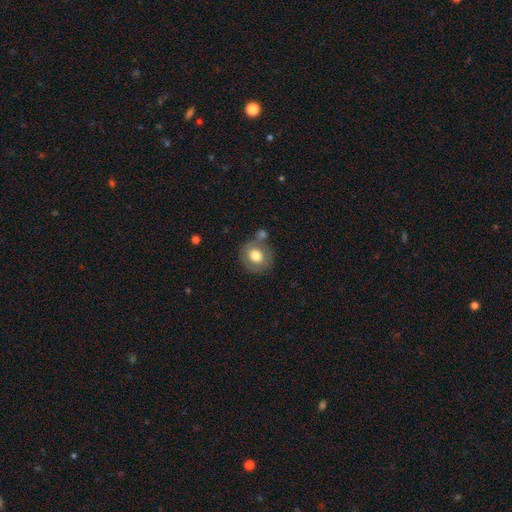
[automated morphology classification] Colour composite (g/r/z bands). It shows a smooth galaxy with no disk features (73%) that is round (80%). Merging: none (64%).